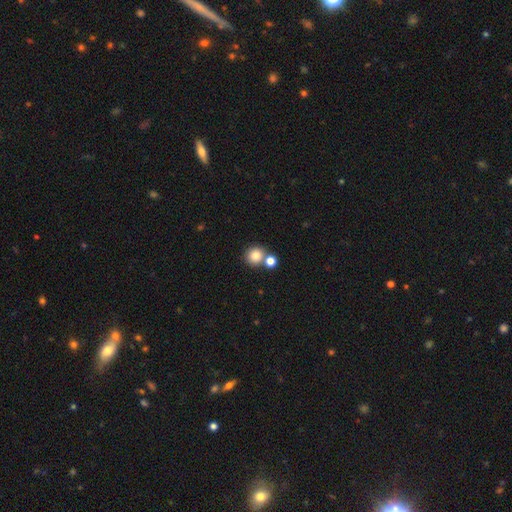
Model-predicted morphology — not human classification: A smooth galaxy with no disk features (81%) that is round (89%).

Vote fractions:
- Smooth or featured? smooth: 81% / star or artifact: 11% / featured or disk: 8%
- How rounded? round: 89% / in between: 10% / cigar-shaped: 1%
- Merging? none: 62% / merger: 29% / minor disturbance: 7% / major disturbance: 3%